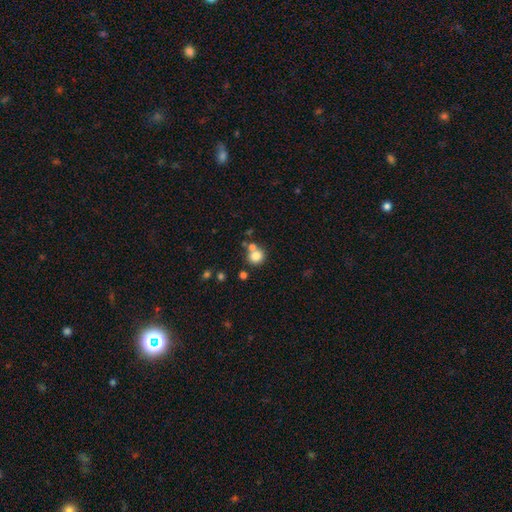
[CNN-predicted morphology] type=smooth (80%); roundness=round (85%); merging=none (59%).